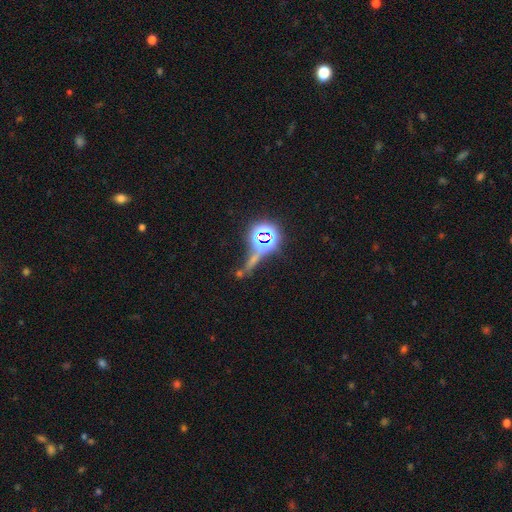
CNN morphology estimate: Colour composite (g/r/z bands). It shows a star or artifact, not a galaxy (69%).